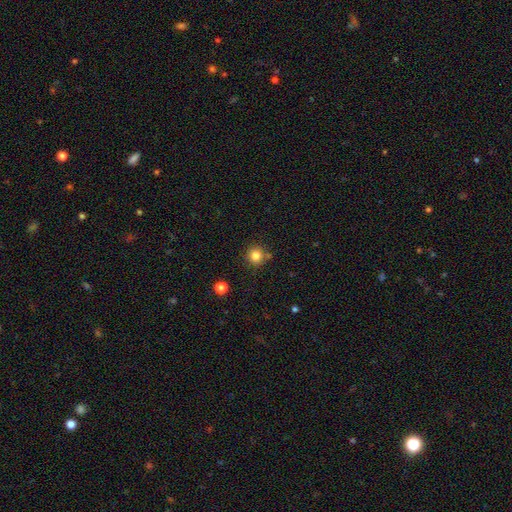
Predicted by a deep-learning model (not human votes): The model was most divided on "smooth or featured": smooth: 83%, star or artifact: 12%, featured or disk: 6%. More confident: how rounded — round (94%); merging — none (81%).